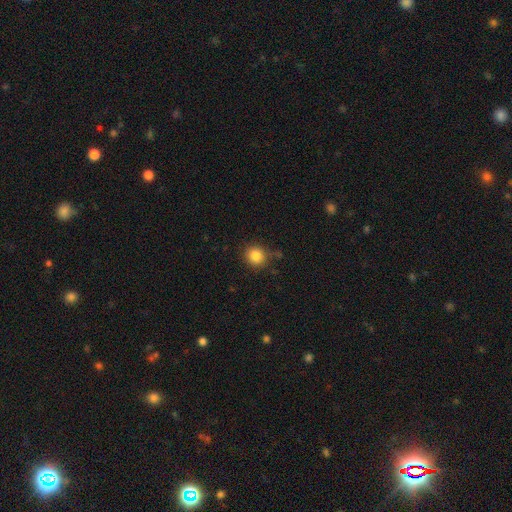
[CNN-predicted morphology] This is clearly a smooth galaxy (84%). How rounded: clearly round (88%). Merging: clearly none (80%).